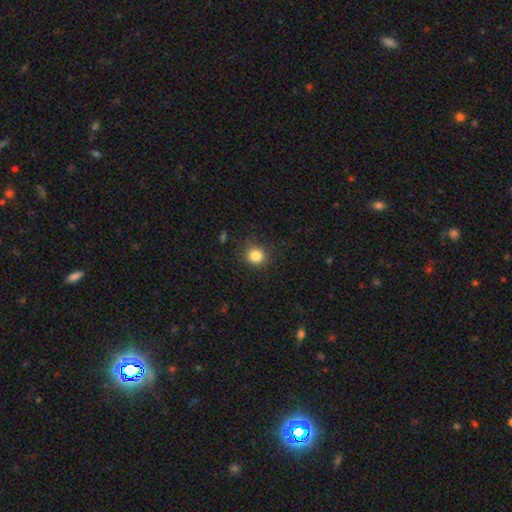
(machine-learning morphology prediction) This appears to be a smooth galaxy with no disk features (84%) that is round (89%). Merging: none (86%).